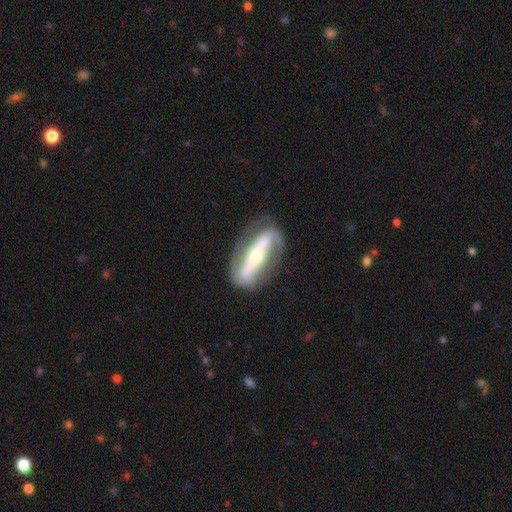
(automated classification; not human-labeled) smooth_or_featured: featured or disk (p=0.79) [alt: smooth p=0.16]
disk_edge_on: no (p=0.70) [alt: yes p=0.30]
bar: strong (p=0.79) [alt: no p=0.12]
has_spiral_arms: yes (p=0.65) [alt: no p=0.35]
bulge_size: small (p=0.47) [alt: moderate p=0.44]
merging: none (p=0.77) [alt: minor disturbance p=0.14]